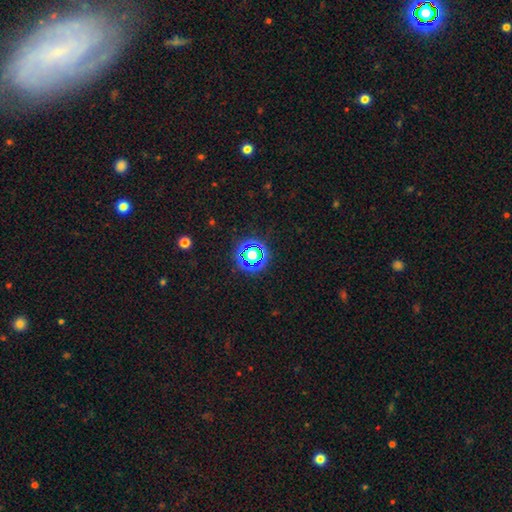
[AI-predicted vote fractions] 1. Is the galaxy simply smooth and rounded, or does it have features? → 76% star or artifact, 16% smooth, 7% featured or disk.